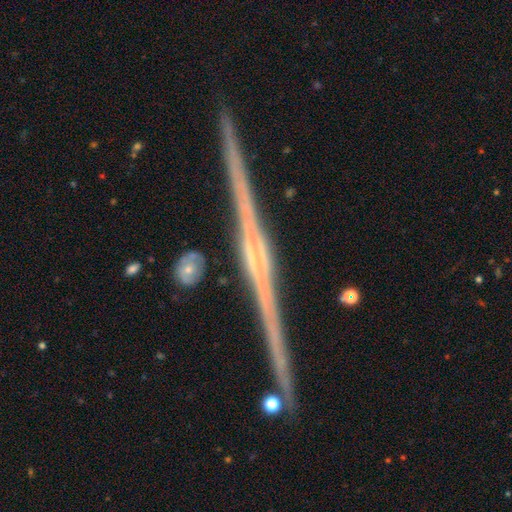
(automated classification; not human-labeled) Smooth or featured?
  - featured or disk: 89% *
  - star or artifact: 6%
  - smooth: 5%
Edge-on disk?
  - yes: 99% *
  - no: 1%
Edge-on bulge?
  - rounded: 64% *
  - none: 22%
  - boxy: 15%
Merging?
  - none: 90% *
  - minor disturbance: 6%
  - merger: 2%
  - major disturbance: 2%